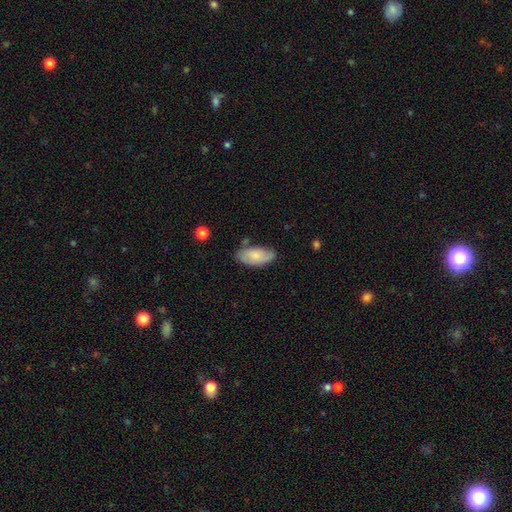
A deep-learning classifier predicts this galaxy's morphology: smooth-or-featured: smooth: 64% | featured or disk: 29% | star or artifact: 6%
  how-rounded: in between: 91% | cigar-shaped: 6% | round: 3%
  merging: none: 68% | minor disturbance: 23% | major disturbance: 5% | merger: 4%